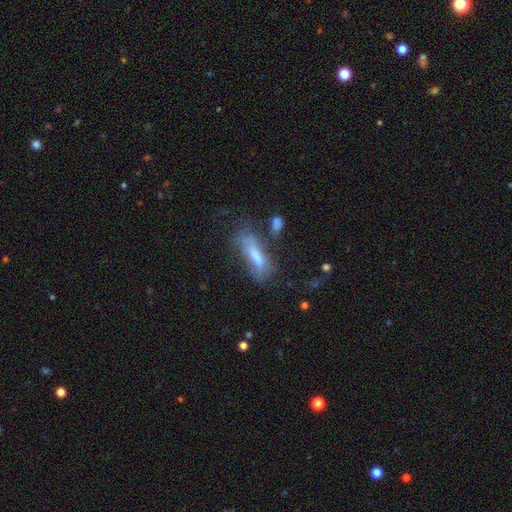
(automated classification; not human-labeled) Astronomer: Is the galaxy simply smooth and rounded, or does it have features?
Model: smooth — 54% (runner-up: featured or disk, 34%).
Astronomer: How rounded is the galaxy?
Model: cigar-shaped — 51% (runner-up: in between, 47%).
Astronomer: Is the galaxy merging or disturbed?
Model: none — 41% (runner-up: minor disturbance, 25%).